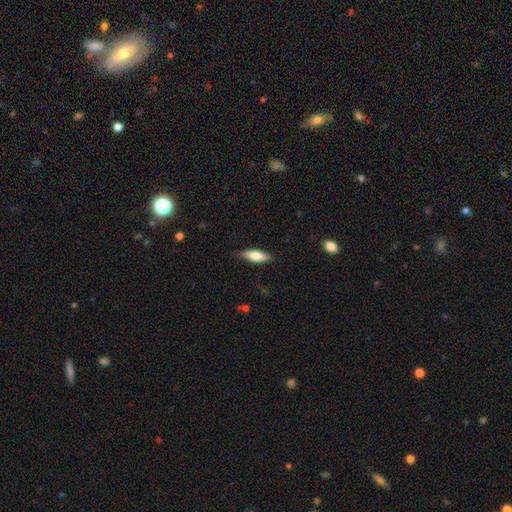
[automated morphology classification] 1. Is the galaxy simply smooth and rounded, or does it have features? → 72% smooth, 22% featured or disk, 6% star or artifact.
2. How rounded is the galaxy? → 61% in between, 36% cigar-shaped, 2% round.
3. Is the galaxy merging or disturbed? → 80% none, 16% minor disturbance, 3% major disturbance, 1% merger.